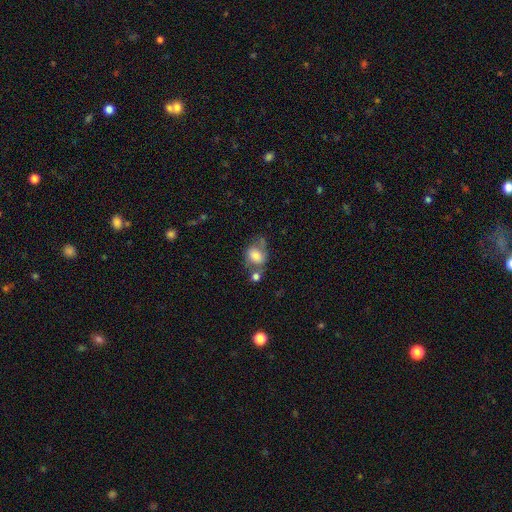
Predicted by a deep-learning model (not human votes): Smooth or featured?
  - smooth: 61% *
  - featured or disk: 29%
  - star or artifact: 9%
How rounded?
  - in between: 61% *
  - round: 37%
  - cigar-shaped: 2%
Merging?
  - none: 38% *
  - merger: 26%
  - minor disturbance: 22%
  - major disturbance: 14%